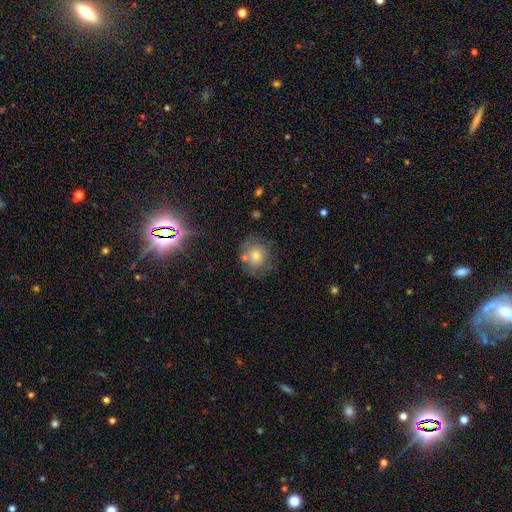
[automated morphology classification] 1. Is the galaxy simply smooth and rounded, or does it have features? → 51% smooth, 31% featured or disk, 18% star or artifact.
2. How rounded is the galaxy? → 77% round, 21% in between, 1% cigar-shaped.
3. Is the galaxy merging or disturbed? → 65% none, 20% minor disturbance, 9% major disturbance, 6% merger.